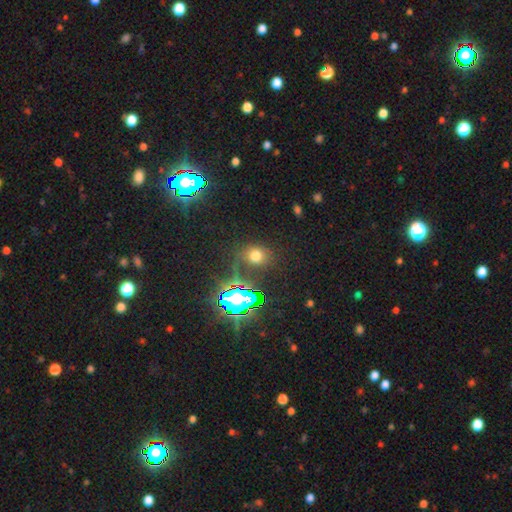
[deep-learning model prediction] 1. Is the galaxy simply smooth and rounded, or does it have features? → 61% smooth, 31% star or artifact, 9% featured or disk.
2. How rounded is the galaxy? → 61% round, 37% in between, 2% cigar-shaped.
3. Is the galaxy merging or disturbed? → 74% none, 13% minor disturbance, 7% major disturbance, 6% merger.